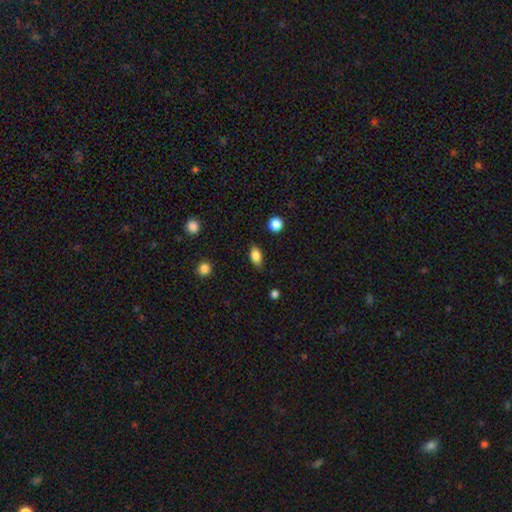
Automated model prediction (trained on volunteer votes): smooth-or-featured: smooth: 82% | featured or disk: 9% | star or artifact: 8%
  how-rounded: in between: 85% | round: 9% | cigar-shaped: 6%
  merging: none: 82% | minor disturbance: 13% | major disturbance: 3% | merger: 1%